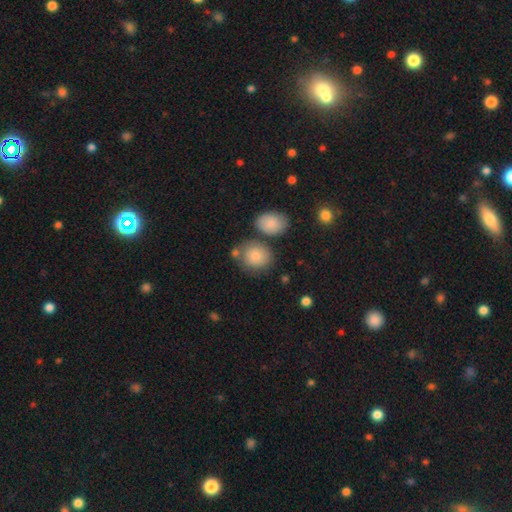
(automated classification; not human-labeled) smooth-or-featured: smooth: 83% | featured or disk: 9% | star or artifact: 8%
  how-rounded: round: 66% | in between: 33% | cigar-shaped: 1%
  merging: none: 63% | merger: 17% | minor disturbance: 15% | major disturbance: 5%